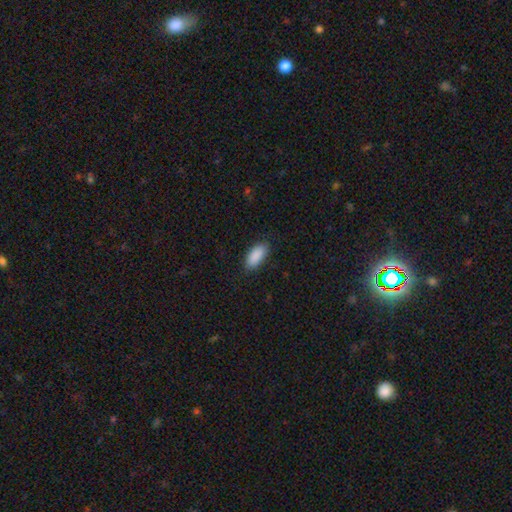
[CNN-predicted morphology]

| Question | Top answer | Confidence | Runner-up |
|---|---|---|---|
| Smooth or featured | smooth | 90% | star or artifact (6%) |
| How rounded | in between | 88% | cigar-shaped (10%) |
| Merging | none | 85% | minor disturbance (11%) |